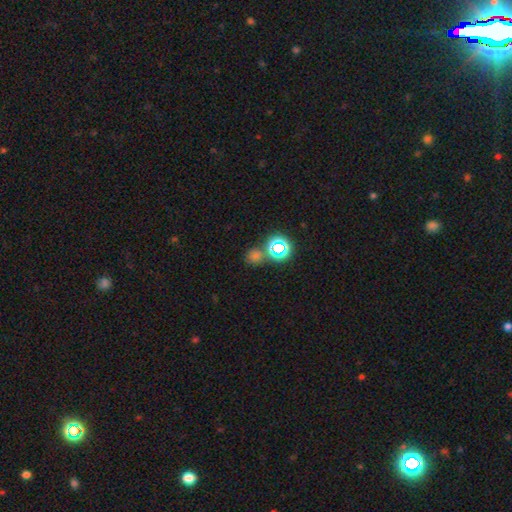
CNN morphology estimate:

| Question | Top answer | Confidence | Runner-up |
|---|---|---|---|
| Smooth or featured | smooth | 51% | star or artifact (42%) |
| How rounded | round | 82% | in between (17%) |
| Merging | none | 68% | merger (20%) |